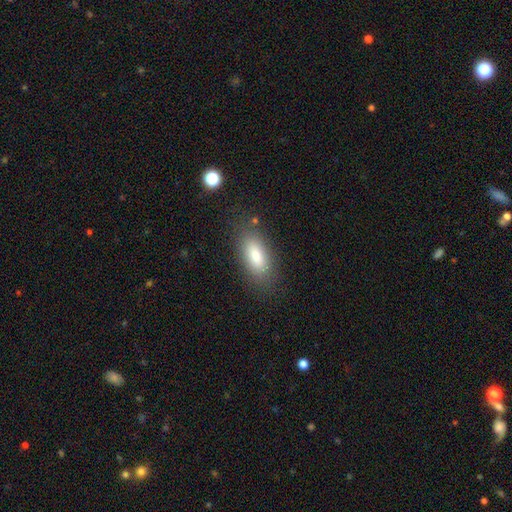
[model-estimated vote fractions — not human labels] Q: Smooth or featured?
A: smooth (80%); runner-up: featured or disk (12%)
Q: How rounded?
A: in between (83%); runner-up: cigar-shaped (14%)
Q: Merging?
A: none (82%); runner-up: minor disturbance (12%)